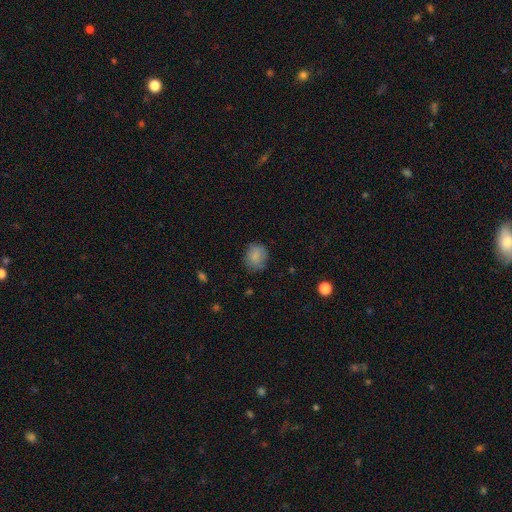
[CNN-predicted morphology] A smooth galaxy with no disk features (83%) that is round (68%).

Vote fractions:
- Smooth or featured? smooth: 83% / featured or disk: 8% / star or artifact: 8%
- How rounded? round: 68% / in between: 31% / cigar-shaped: 1%
- Merging? none: 76% / minor disturbance: 18% / major disturbance: 5% / merger: 1%